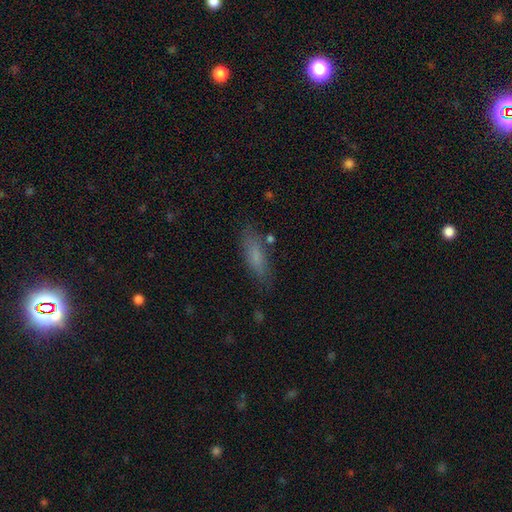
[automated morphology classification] Smooth or featured? Predicted: smooth (p=0.75). How rounded? Predicted: cigar-shaped (p=0.56). Merging? Predicted: none (p=0.78).